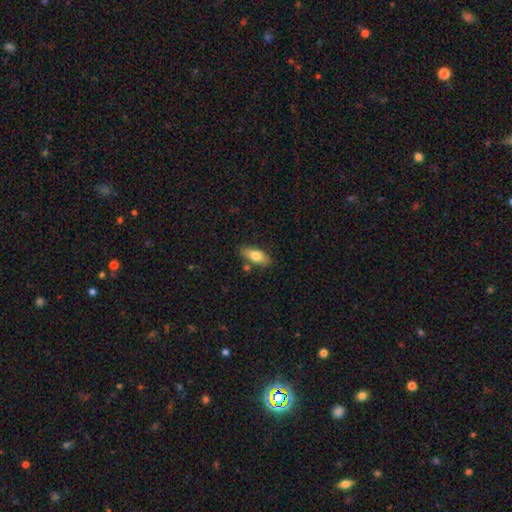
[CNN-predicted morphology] Q: Smooth or featured?
A: smooth (72%); runner-up: featured or disk (22%)
Q: How rounded?
A: in between (75%); runner-up: cigar-shaped (22%)
Q: Merging?
A: none (80%); runner-up: minor disturbance (12%)